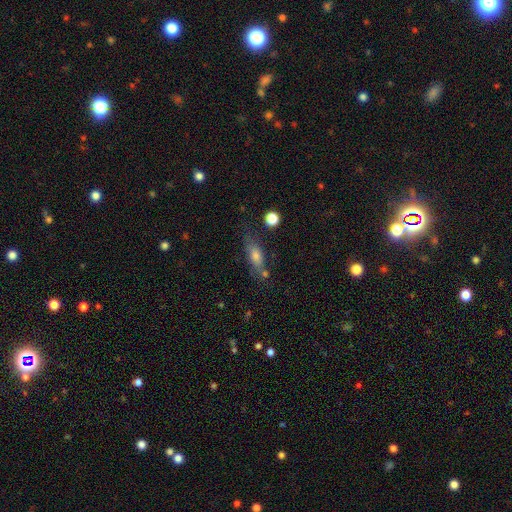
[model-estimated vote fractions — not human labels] Smooth or featured: smooth — 52% (featured or disk — 31%)
How rounded: in between — 49% (cigar-shaped — 44%)
Merging: none — 67% (minor disturbance — 18%)